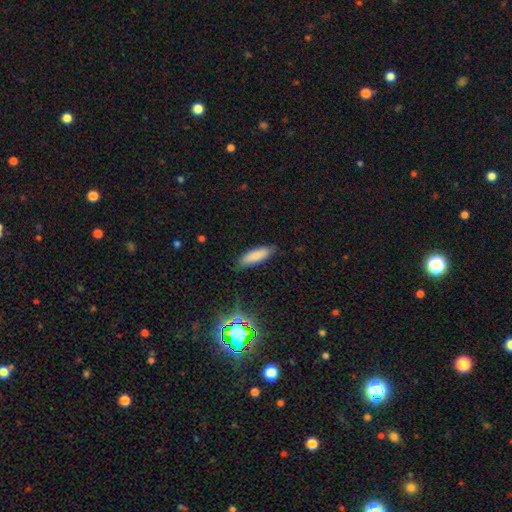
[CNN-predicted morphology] Smooth or featured?
  - smooth: 83% *
  - star or artifact: 9%
  - featured or disk: 8%
How rounded?
  - in between: 54% *
  - cigar-shaped: 44%
  - round: 2%
Merging?
  - none: 79% *
  - minor disturbance: 16%
  - major disturbance: 3%
  - merger: 1%